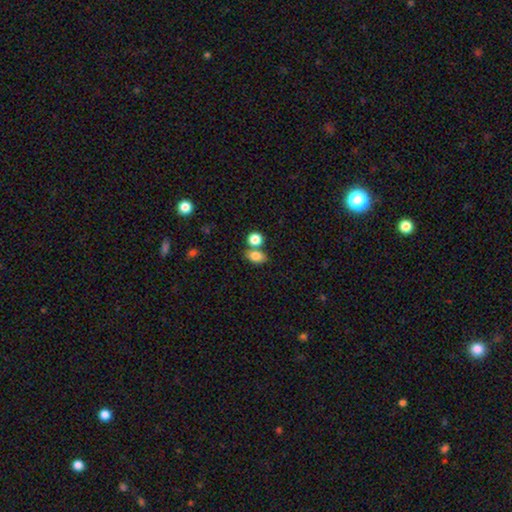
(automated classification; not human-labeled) smooth-or-featured: smooth: 82% | star or artifact: 10% | featured or disk: 8%
  how-rounded: in between: 72% | round: 26% | cigar-shaped: 2%
  merging: none: 55% | merger: 31% | minor disturbance: 11% | major disturbance: 3%